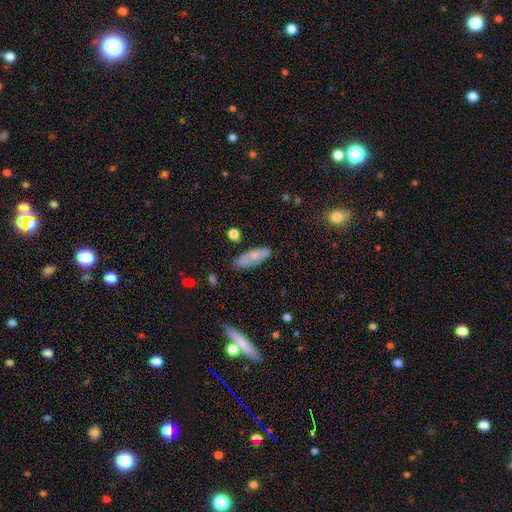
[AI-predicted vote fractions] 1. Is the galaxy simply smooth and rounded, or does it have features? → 67% smooth, 26% featured or disk, 7% star or artifact.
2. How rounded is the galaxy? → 65% in between, 32% cigar-shaped, 3% round.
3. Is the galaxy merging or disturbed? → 66% none, 22% minor disturbance, 6% major disturbance, 5% merger.